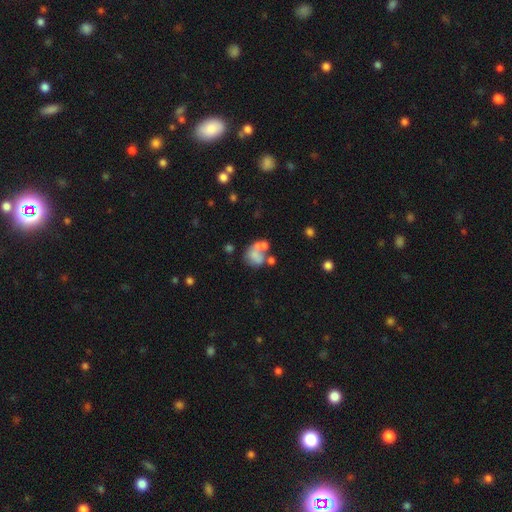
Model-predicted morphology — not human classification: A smooth galaxy with no disk features (50%) that is round (52%). Merging: merger (40%).